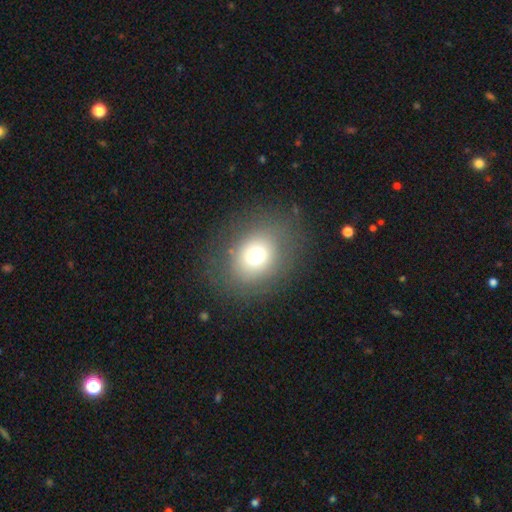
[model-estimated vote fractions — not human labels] This appears to be a smooth galaxy with no disk features (69%) that is round (61%). Merging: none (79%).